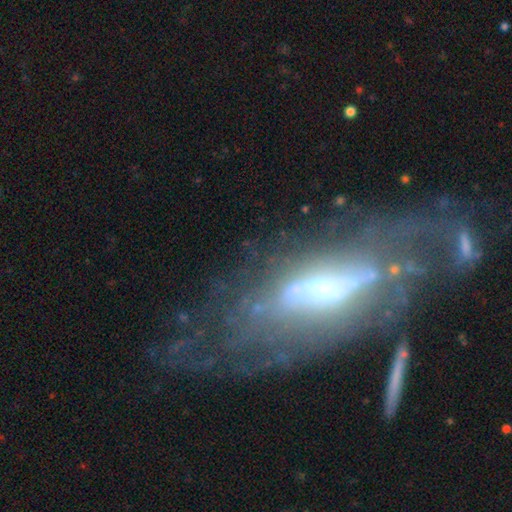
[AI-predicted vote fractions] smooth_or_featured: featured or disk (p=0.72) [alt: smooth p=0.17]
disk_edge_on: no (p=0.72) [alt: yes p=0.28]
bar: no (p=0.40) [alt: weak p=0.30]
has_spiral_arms: yes (p=0.52) [alt: no p=0.48]
bulge_size: moderate (p=0.42) [alt: small p=0.36]
merging: none (p=0.39) [alt: major disturbance p=0.31]